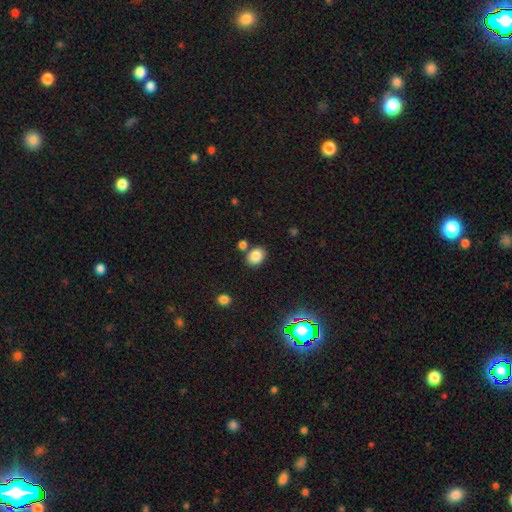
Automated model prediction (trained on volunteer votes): Smooth or featured?
  - smooth: 83% *
  - star or artifact: 10%
  - featured or disk: 6%
How rounded?
  - in between: 65% *
  - round: 34%
  - cigar-shaped: 1%
Merging?
  - none: 74% *
  - merger: 12%
  - minor disturbance: 10%
  - major disturbance: 3%